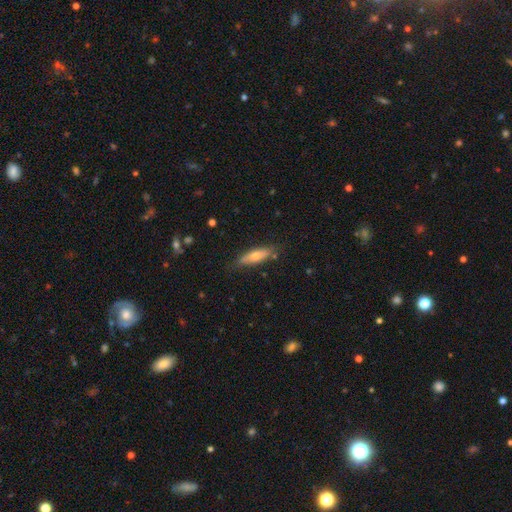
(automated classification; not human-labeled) Overall: smooth (58%; featured or disk 35%). How rounded: cigar-shaped (62%; in between 35%). Merging: none (79%).